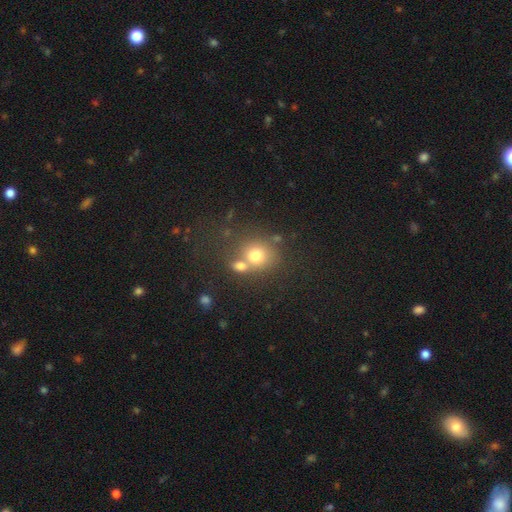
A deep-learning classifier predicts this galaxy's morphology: Smooth or featured?
  - smooth: 73% *
  - featured or disk: 14%
  - star or artifact: 14%
How rounded?
  - round: 73% *
  - in between: 26%
  - cigar-shaped: 1%
Merging?
  - none: 45% *
  - merger: 40%
  - minor disturbance: 10%
  - major disturbance: 5%